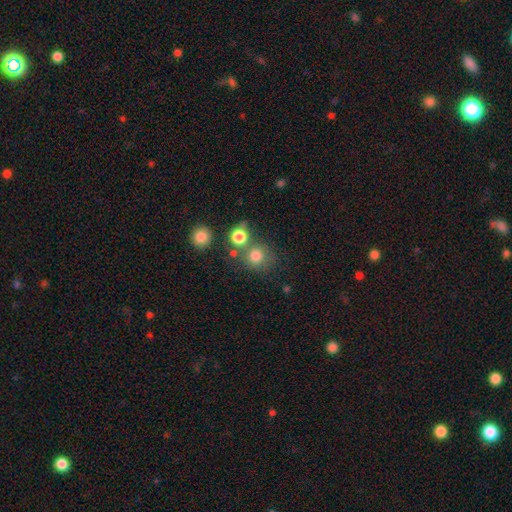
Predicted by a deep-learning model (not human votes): smooth_or_featured: smooth (p=0.78) [alt: star or artifact p=0.14]
how_rounded: round (p=0.87) [alt: in between p=0.12]
merging: none (p=0.64) [alt: merger p=0.20]